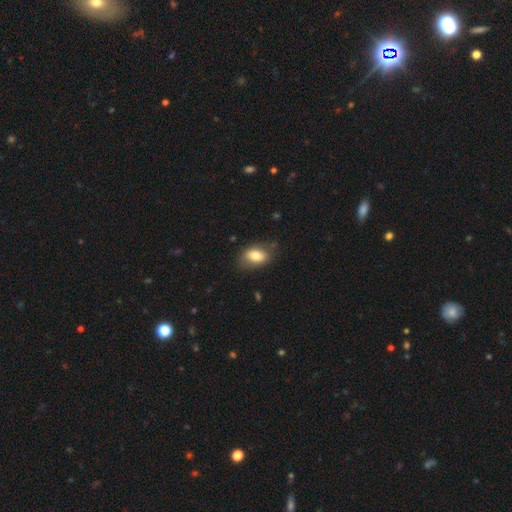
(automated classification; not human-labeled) Smooth or featured: smooth — 76% (featured or disk — 17%)
How rounded: in between — 87% (round — 11%)
Merging: none — 73% (minor disturbance — 20%)